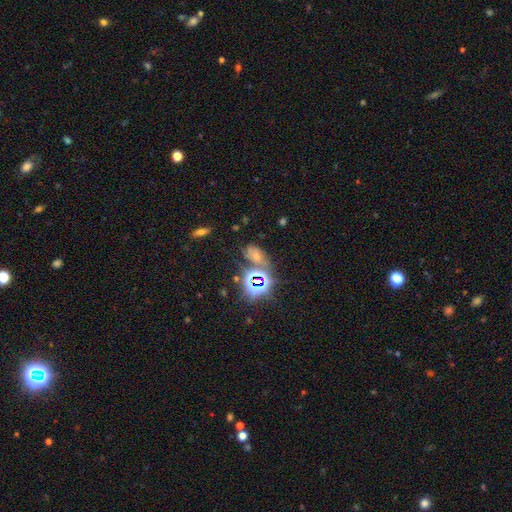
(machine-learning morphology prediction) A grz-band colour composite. It shows a star or artifact, not a galaxy (51%).